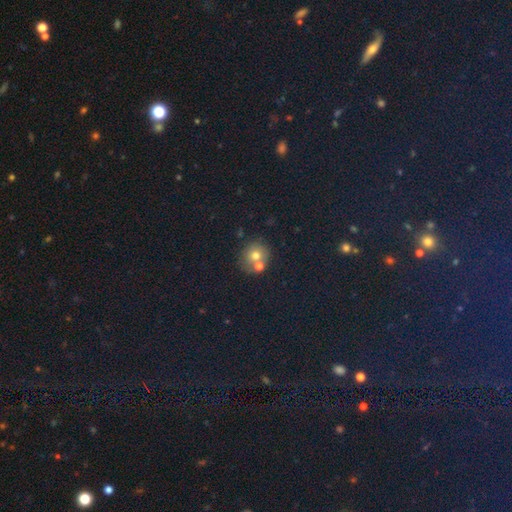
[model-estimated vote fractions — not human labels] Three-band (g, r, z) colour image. It shows a smooth galaxy with no disk features (69%) that is round (83%). Merging: none (55%).